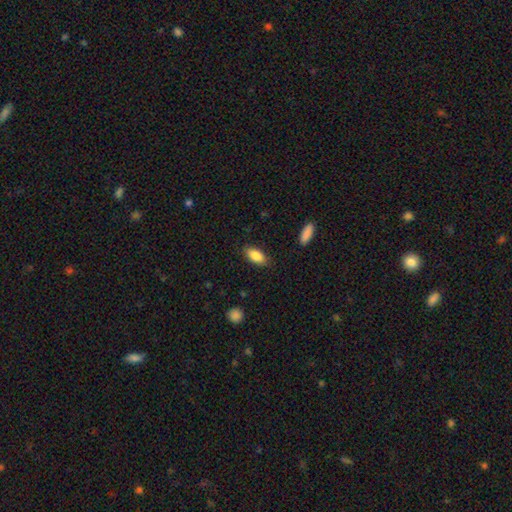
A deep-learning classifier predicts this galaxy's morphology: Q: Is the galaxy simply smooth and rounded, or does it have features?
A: smooth — 86%.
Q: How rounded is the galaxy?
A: in between — 87%.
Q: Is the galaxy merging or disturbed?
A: none — 85%.